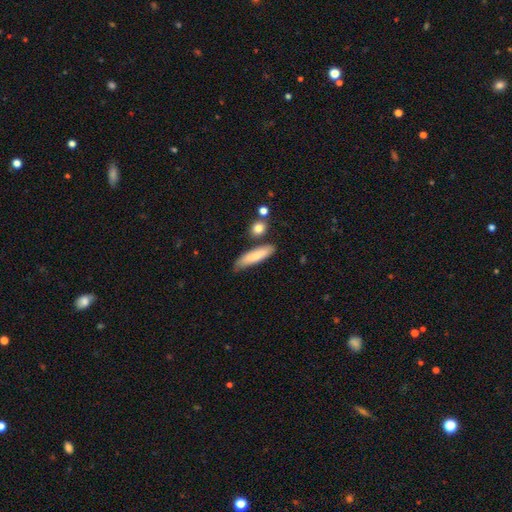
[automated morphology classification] type=smooth (80%); roundness=cigar-shaped (75%); merging=none (74%).